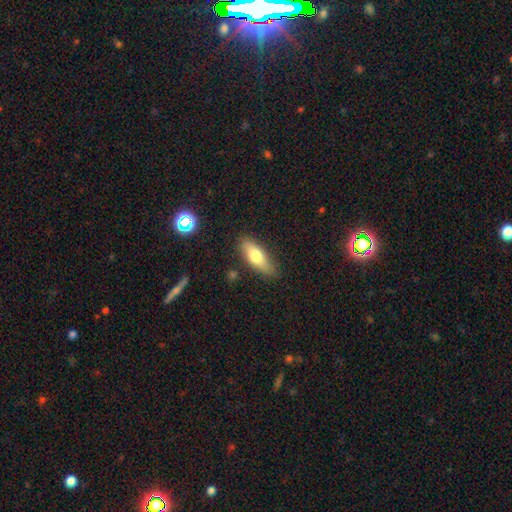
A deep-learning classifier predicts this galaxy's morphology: smooth_or_featured: smooth (p=0.70) [alt: featured or disk p=0.23]
how_rounded: in between (p=0.63) [alt: cigar-shaped p=0.34]
merging: none (p=0.83) [alt: minor disturbance p=0.12]